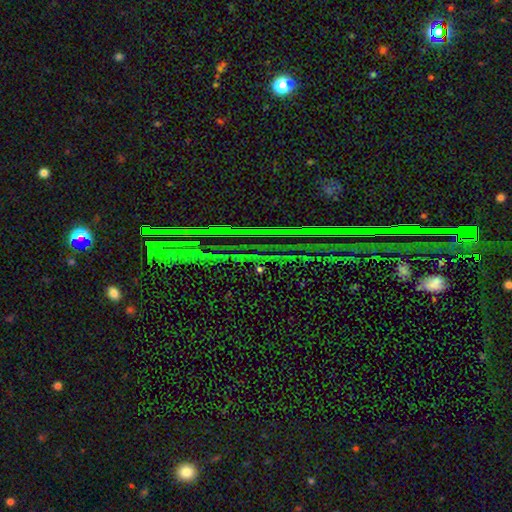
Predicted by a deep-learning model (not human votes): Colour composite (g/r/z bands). It shows a star or artifact, not a galaxy (83%).